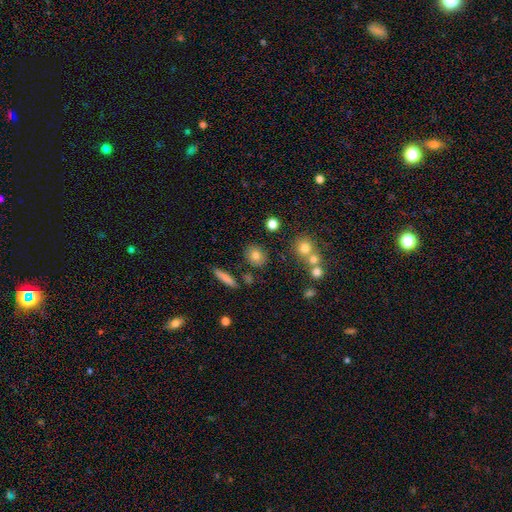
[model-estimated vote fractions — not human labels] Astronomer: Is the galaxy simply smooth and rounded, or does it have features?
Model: smooth — 76%.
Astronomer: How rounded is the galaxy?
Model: round — 70%.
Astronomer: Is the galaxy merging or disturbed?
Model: none — 82%.